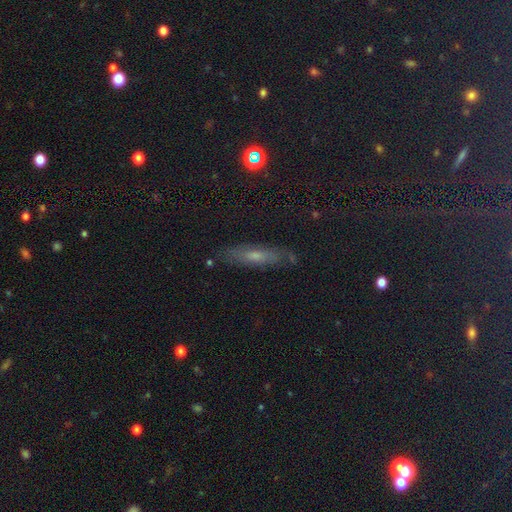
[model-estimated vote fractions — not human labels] featured or disk 40% (tied), smooth 40% (tied), star or artifact 20%. Down the decision tree: merging — none (80%).